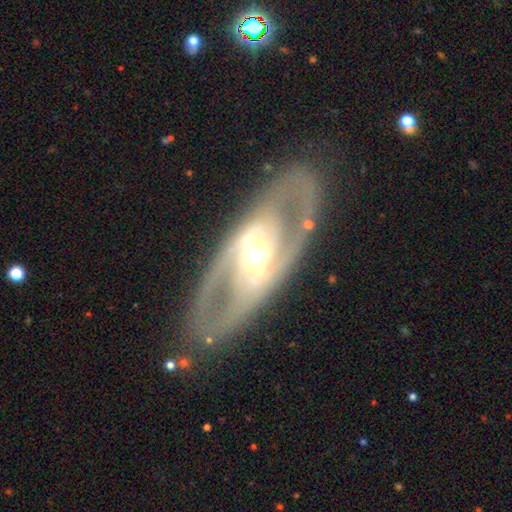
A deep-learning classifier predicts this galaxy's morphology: The model was most divided on "bar": strong: 44%, weak: 35%, no: 20%. Remaining: edge-on disk — no (88%); smooth or featured — featured or disk (86%); spiral arms — yes (85%); spiral arm count — 2 (80%); merging — none (78%); bulge size — moderate (63%); spiral winding — medium (46%).